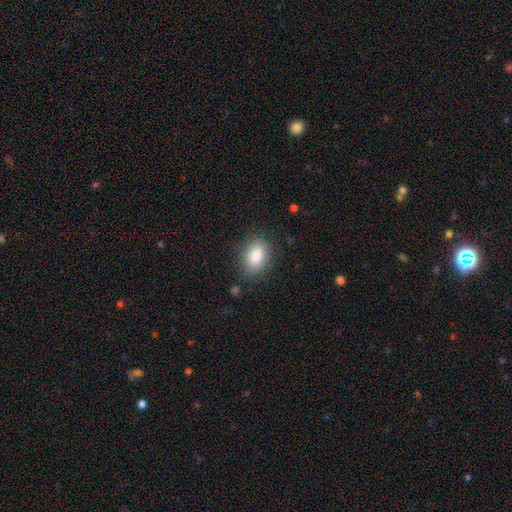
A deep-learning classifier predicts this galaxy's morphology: Smooth or featured?
  - smooth: 84% *
  - star or artifact: 8%
  - featured or disk: 8%
How rounded?
  - in between: 78% *
  - round: 21%
  - cigar-shaped: 1%
Merging?
  - none: 83% *
  - minor disturbance: 12%
  - major disturbance: 4%
  - merger: 2%